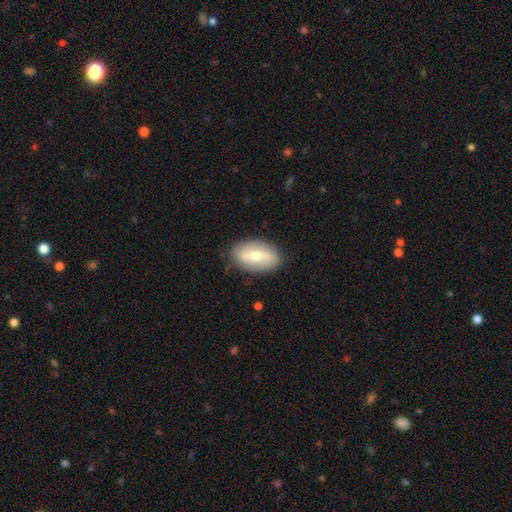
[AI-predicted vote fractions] smooth_or_featured: featured or disk (p=0.47) [tied with: smooth p=0.47]
merging: none (p=0.86) [alt: minor disturbance p=0.11]